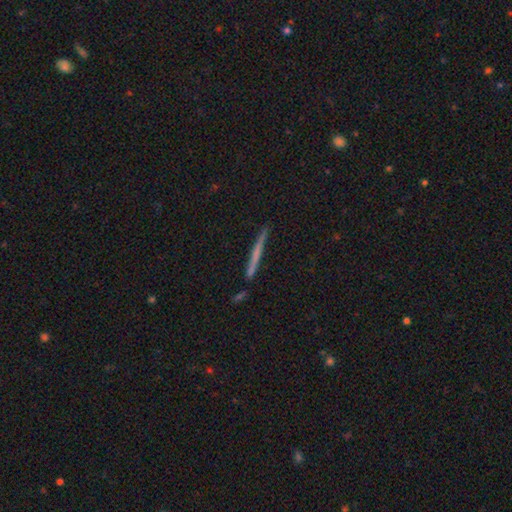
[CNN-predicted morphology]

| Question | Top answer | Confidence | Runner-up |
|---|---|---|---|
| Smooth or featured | smooth | 50% | featured or disk (43%) |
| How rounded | cigar-shaped | 96% | in between (2%) |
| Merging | none | 87% | minor disturbance (9%) |